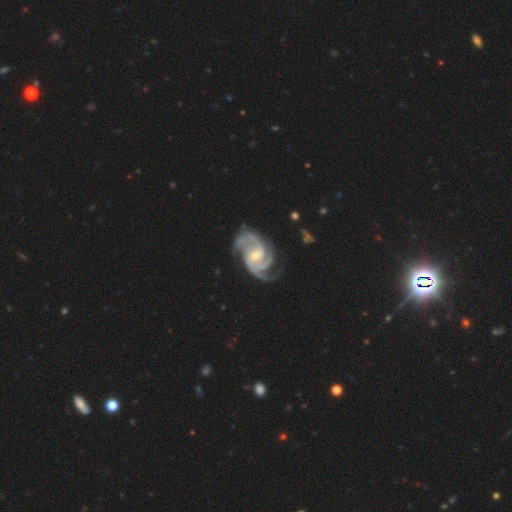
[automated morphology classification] smooth_or_featured: featured or disk (p=0.94) [alt: star or artifact p=0.03]
disk_edge_on: no (p=0.98) [alt: yes p=0.02]
bar: weak (p=0.47) [alt: no p=0.35]
has_spiral_arms: yes (p=0.99) [alt: no p=0.01]
spiral_winding: medium (p=0.51) [alt: tight p=0.38]
spiral_arm_count: 3 (p=0.48) [alt: 2 p=0.20]
bulge_size: small (p=0.55) [alt: moderate p=0.40]
merging: none (p=0.67) [alt: minor disturbance p=0.19]